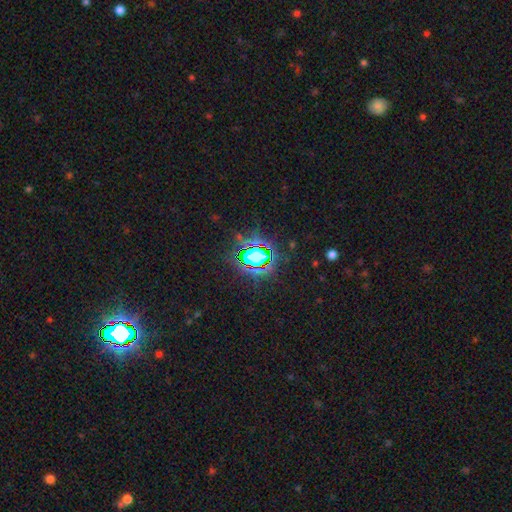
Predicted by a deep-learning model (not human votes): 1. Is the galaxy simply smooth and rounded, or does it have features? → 71% star or artifact, 18% smooth, 11% featured or disk.